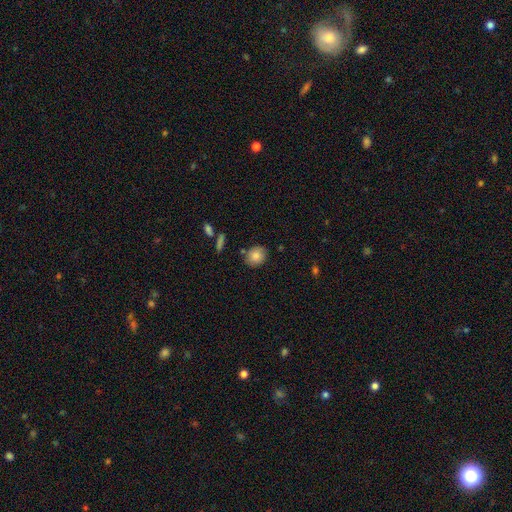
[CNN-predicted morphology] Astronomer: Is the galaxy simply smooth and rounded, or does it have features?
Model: smooth — 85%.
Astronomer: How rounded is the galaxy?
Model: round — 67%.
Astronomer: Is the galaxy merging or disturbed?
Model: none — 81%.